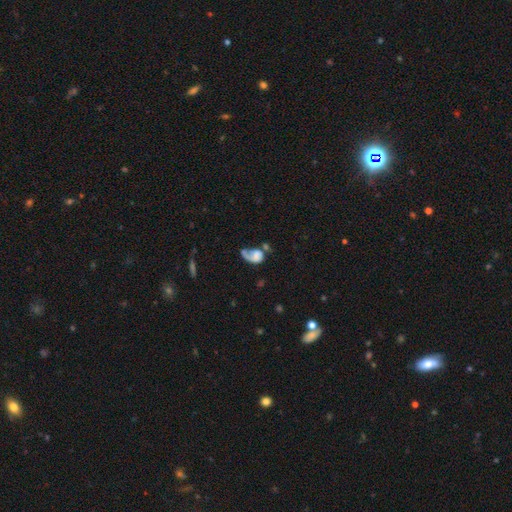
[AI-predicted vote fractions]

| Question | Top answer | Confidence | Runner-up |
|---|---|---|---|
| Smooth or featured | featured or disk | 51% | smooth (39%) |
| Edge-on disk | no | 97% | yes (3%) |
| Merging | major disturbance | 38% | none (26%) |